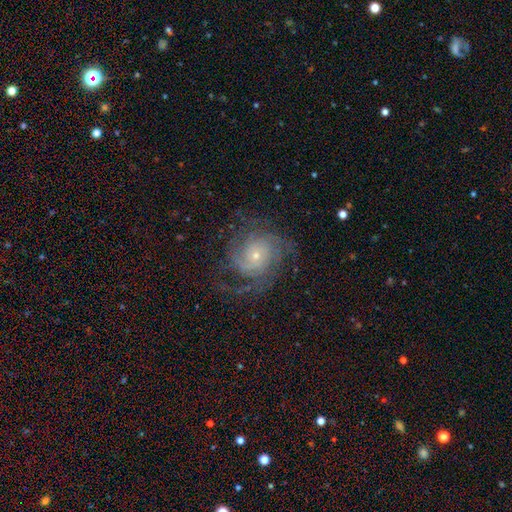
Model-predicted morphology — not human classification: The model was most divided on "spiral arm count": can't tell: 28%, 3: 20%, 2: 19%, 4: 17%, more than 4: 8%, 1: 7%. More confident: edge-on disk — no (97%); spiral arms — yes (96%); smooth or featured — featured or disk (83%); bar — no (77%); bulge size — small (72%); merging — none (69%); spiral winding — tight (57%).